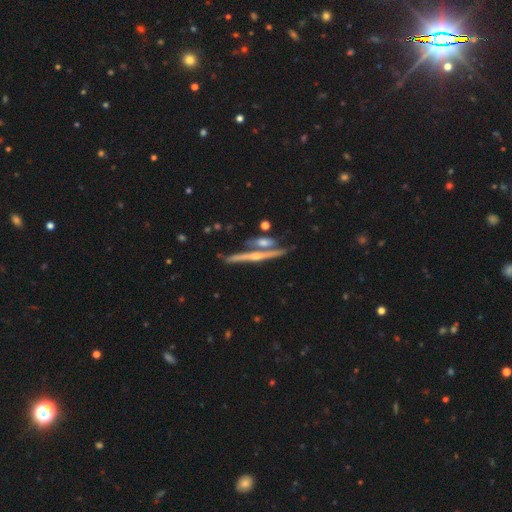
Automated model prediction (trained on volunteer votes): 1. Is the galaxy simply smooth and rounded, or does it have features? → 79% featured or disk, 14% smooth, 7% star or artifact.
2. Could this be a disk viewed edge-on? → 95% yes, 5% no.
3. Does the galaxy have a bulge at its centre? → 72% rounded, 20% none, 7% boxy.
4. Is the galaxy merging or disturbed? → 67% none, 17% merger, 12% minor disturbance, 4% major disturbance.